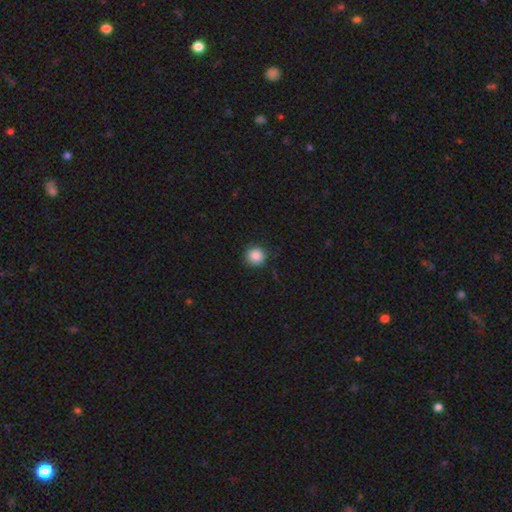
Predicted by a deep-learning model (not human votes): Smooth or featured?
  - smooth: 87% *
  - star or artifact: 10%
  - featured or disk: 3%
How rounded?
  - round: 93% *
  - in between: 6%
  - cigar-shaped: 1%
Merging?
  - none: 88% *
  - minor disturbance: 9%
  - major disturbance: 2%
  - merger: 1%